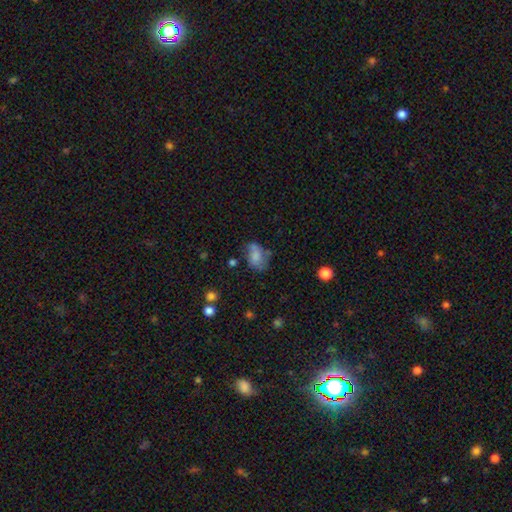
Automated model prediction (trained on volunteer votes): Overall: smooth (71%). How rounded: in between (83%). Merging: none (46%; minor disturbance 29%).